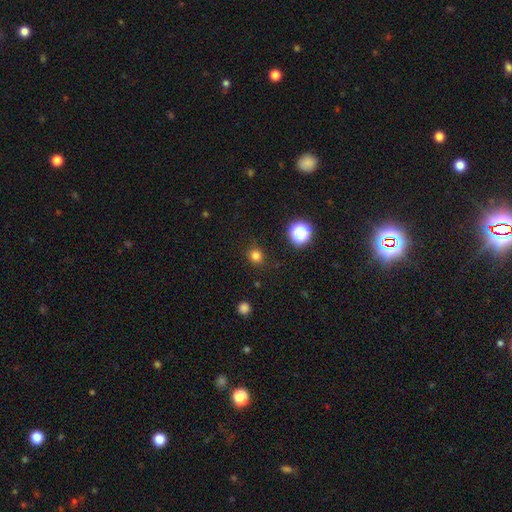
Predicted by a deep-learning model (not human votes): A smooth galaxy with no disk features (79%) that is round (89%).

Vote fractions:
- Smooth or featured? smooth: 79% / star or artifact: 17% / featured or disk: 4%
- How rounded? round: 89% / in between: 10% / cigar-shaped: 1%
- Merging? none: 88% / minor disturbance: 8% / major disturbance: 3% / merger: 1%